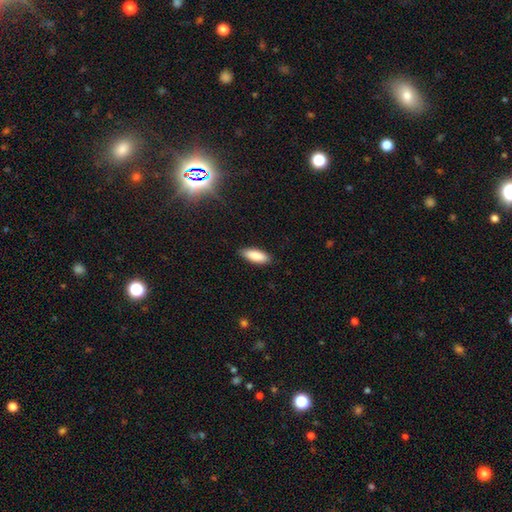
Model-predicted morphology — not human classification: smooth-or-featured: smooth: 87% | featured or disk: 7% | star or artifact: 6%
  how-rounded: in between: 71% | cigar-shaped: 27% | round: 2%
  merging: none: 88% | minor disturbance: 9% | major disturbance: 2% | merger: 1%